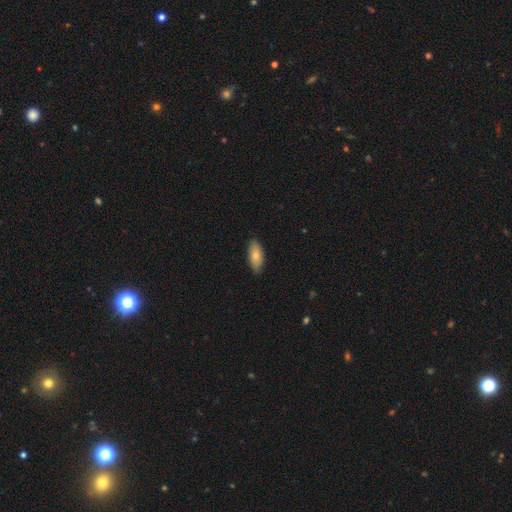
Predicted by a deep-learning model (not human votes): A smooth galaxy with no disk features (79%) that is in between round and cigar-shaped (84%).

Vote fractions:
- Smooth or featured? smooth: 79% / featured or disk: 15% / star or artifact: 6%
- How rounded? in between: 84% / cigar-shaped: 14% / round: 2%
- Merging? none: 85% / minor disturbance: 12% / major disturbance: 2% / merger: 1%